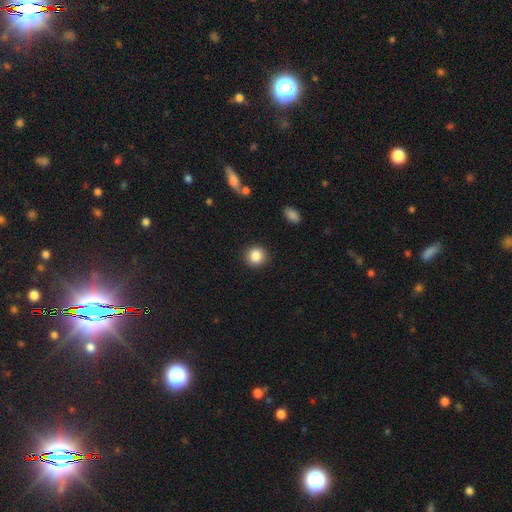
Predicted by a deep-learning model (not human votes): This is clearly a smooth galaxy (86%). How rounded: clearly round (91%). Merging: clearly none (91%).